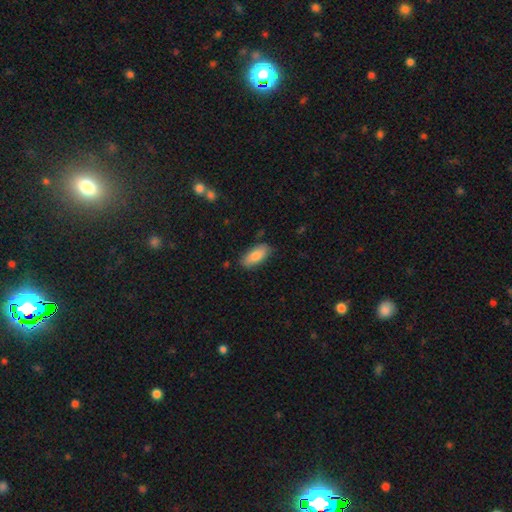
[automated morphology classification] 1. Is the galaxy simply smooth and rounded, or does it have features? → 83% smooth, 11% featured or disk, 6% star or artifact.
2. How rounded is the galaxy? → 84% in between, 14% cigar-shaped, 2% round.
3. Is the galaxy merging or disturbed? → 81% none, 15% minor disturbance, 3% major disturbance, 2% merger.